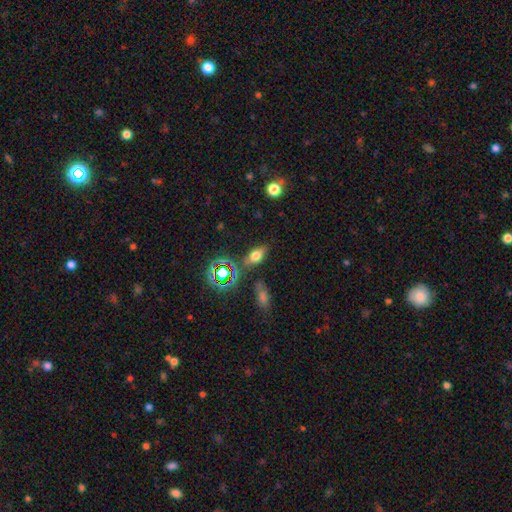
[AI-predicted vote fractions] Q: Smooth or featured?
A: smooth (62%); runner-up: star or artifact (20%)
Q: How rounded?
A: in between (78%); runner-up: round (11%)
Q: Merging?
A: none (74%); runner-up: minor disturbance (14%)